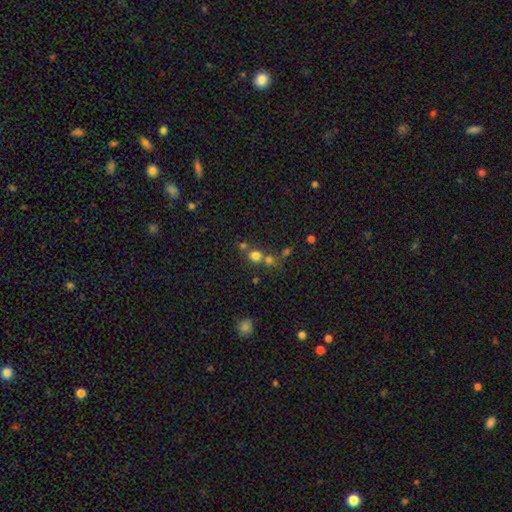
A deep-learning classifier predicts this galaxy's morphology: The model was most divided on "merging": none: 53%, merger: 36%, minor disturbance: 7%, major disturbance: 4%. More confident: how rounded — round (85%); smooth or featured — smooth (71%).